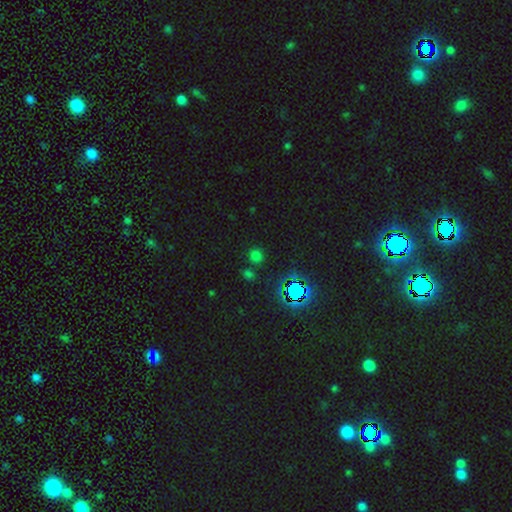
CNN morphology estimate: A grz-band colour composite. It shows a smooth galaxy with no disk features (62%) that is round (89%). Merging: none (81%).